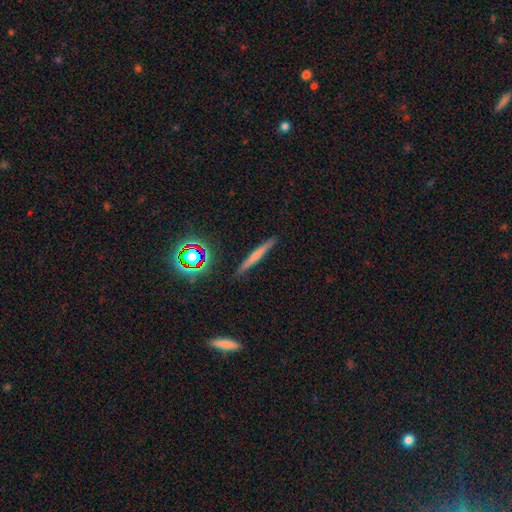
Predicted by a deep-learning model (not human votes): smooth 50%, featured or disk 38%, star or artifact 11%. Down the decision tree: how rounded — cigar-shaped (94%); merging — none (89%).